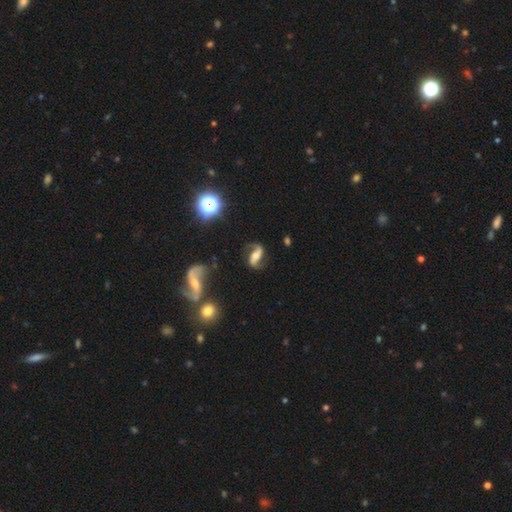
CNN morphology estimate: Smooth or featured: featured or disk — 83% (smooth — 9%)
Edge-on disk: no — 96% (yes — 4%)
Bar: strong — 37% (weak — 36%)
Spiral arms: yes — 96% (no — 4%)
Spiral winding: loose — 63% (medium — 29%)
Spiral arm count: 2 — 93% (1 — 2%)
Bulge size: moderate — 47% (small — 29%)
Merging: none — 76% (minor disturbance — 14%)